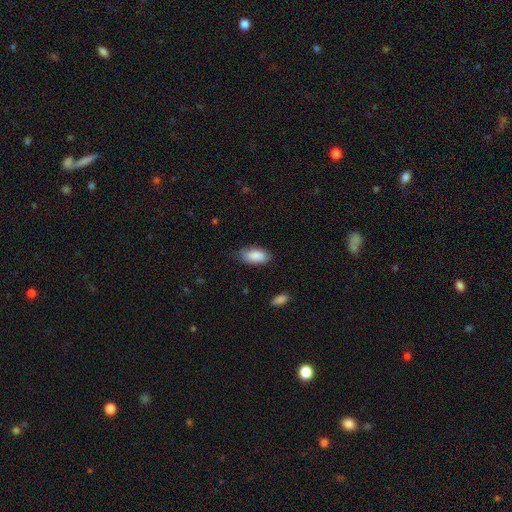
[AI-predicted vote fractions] A smooth galaxy with no disk features (87%) that is in between round and cigar-shaped (92%).

Vote fractions:
- Smooth or featured? smooth: 87% / featured or disk: 7% / star or artifact: 6%
- How rounded? in between: 92% / cigar-shaped: 5% / round: 3%
- Merging? none: 72% / minor disturbance: 22% / major disturbance: 5% / merger: 1%